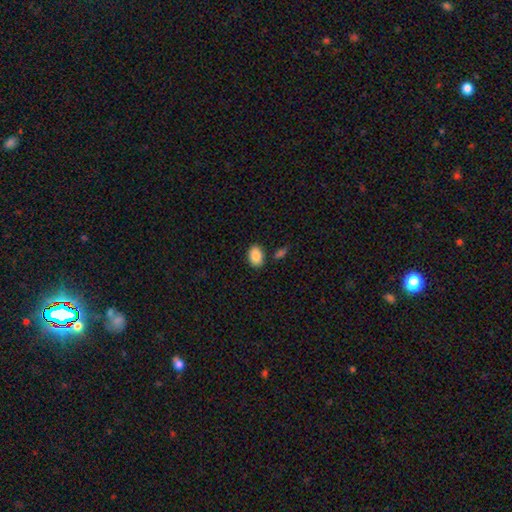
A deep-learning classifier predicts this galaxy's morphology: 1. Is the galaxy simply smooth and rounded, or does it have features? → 88% smooth, 7% star or artifact, 5% featured or disk.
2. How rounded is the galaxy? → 84% in between, 14% round, 1% cigar-shaped.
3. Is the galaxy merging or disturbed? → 81% none, 11% minor disturbance, 6% merger, 3% major disturbance.